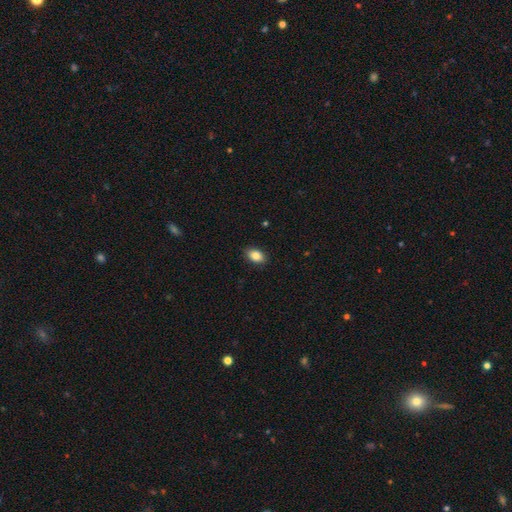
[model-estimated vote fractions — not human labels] Smooth or featured: smooth — 86% (star or artifact — 8%)
How rounded: in between — 88% (round — 10%)
Merging: none — 89% (minor disturbance — 8%)